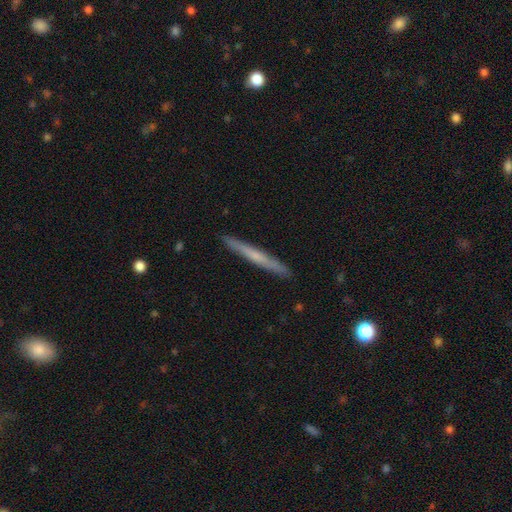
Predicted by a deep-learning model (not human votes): Smooth or featured? Predicted: featured or disk (p=0.47, tied with smooth). Merging? Predicted: none (p=0.92).